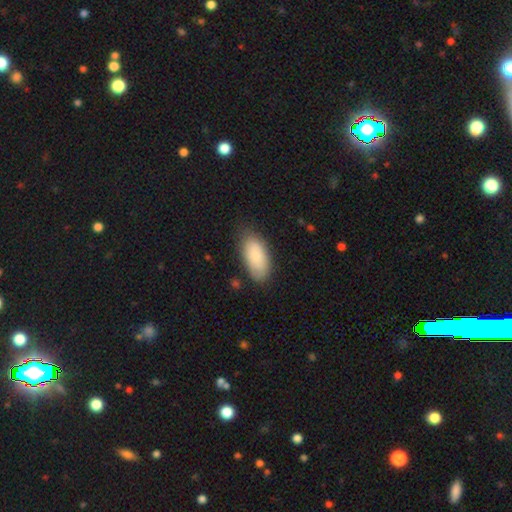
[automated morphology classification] type=smooth (81%); roundness=in between (93%); merging=none (76%).